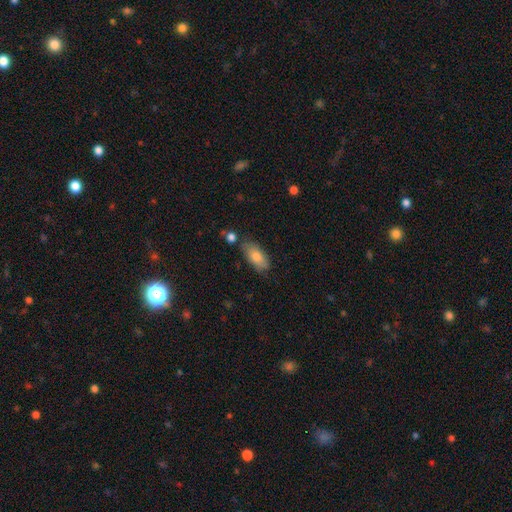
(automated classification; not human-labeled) A smooth galaxy with no disk features (75%) that is in between round and cigar-shaped (88%).

Vote fractions:
- Smooth or featured? smooth: 75% / featured or disk: 16% / star or artifact: 9%
- How rounded? in between: 88% / cigar-shaped: 9% / round: 3%
- Merging? none: 77% / minor disturbance: 15% / merger: 5% / major disturbance: 3%